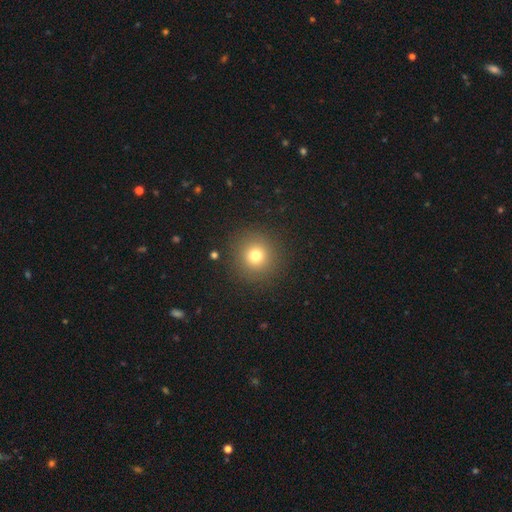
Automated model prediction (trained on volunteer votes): The model was most divided on "smooth or featured": smooth: 76%, star or artifact: 15%, featured or disk: 9%. More confident: how rounded — round (94%); merging — none (90%).